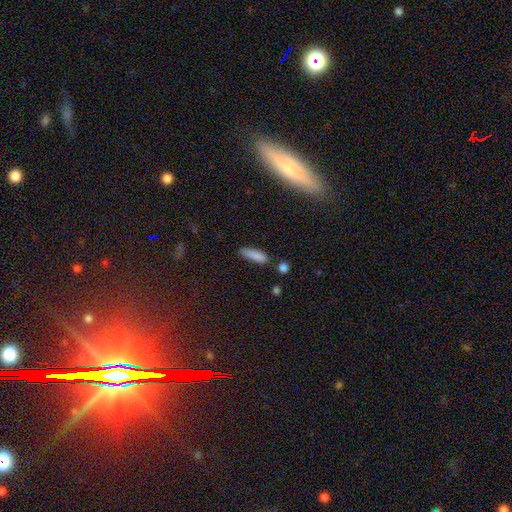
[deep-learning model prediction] This appears to be a smooth galaxy with no disk features (85%) that is cigar-shaped (64%). Merging: none (77%).